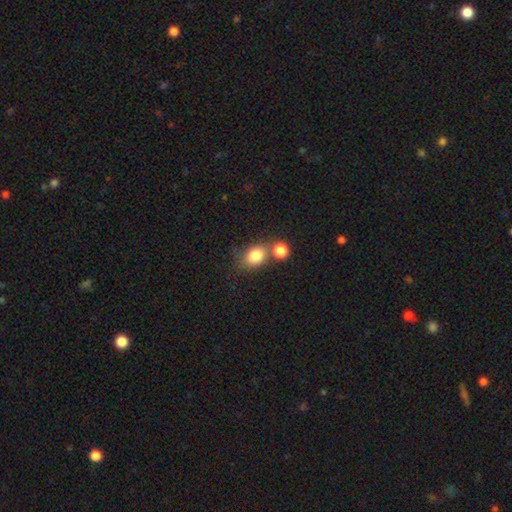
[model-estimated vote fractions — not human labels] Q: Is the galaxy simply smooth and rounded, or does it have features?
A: smooth — 81%.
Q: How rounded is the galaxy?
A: in between — 55%.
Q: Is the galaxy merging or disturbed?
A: none — 47%.